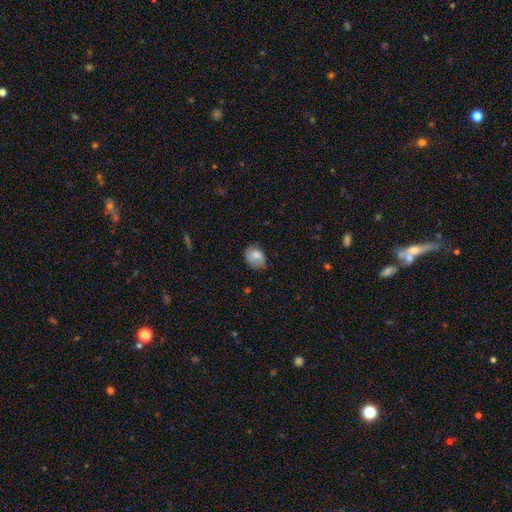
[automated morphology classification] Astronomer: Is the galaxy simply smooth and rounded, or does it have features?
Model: smooth — 73%.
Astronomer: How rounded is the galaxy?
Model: in between — 58% (runner-up: round, 41%).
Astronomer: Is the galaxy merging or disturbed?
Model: none — 58%.